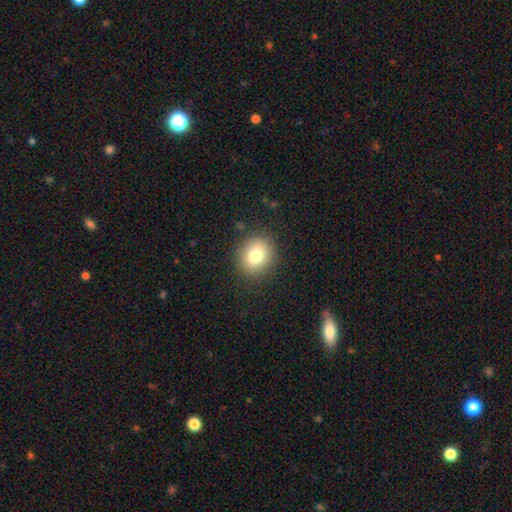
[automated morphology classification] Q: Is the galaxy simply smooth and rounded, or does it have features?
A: smooth — 79%.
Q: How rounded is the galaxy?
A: round — 79%.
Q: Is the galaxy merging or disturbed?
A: none — 87%.